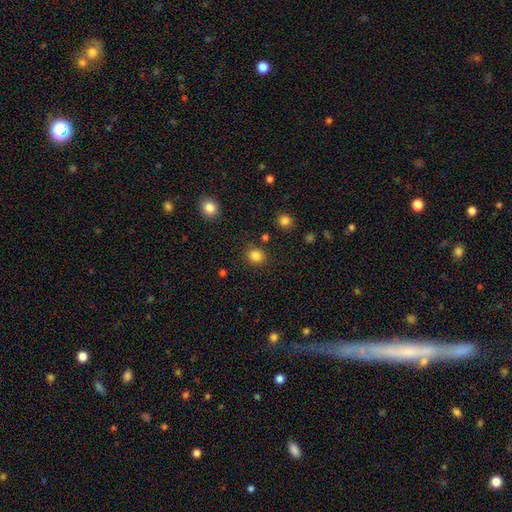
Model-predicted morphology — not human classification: This is clearly a smooth galaxy (85%). How rounded: clearly round (81%). Merging: clearly none (86%).